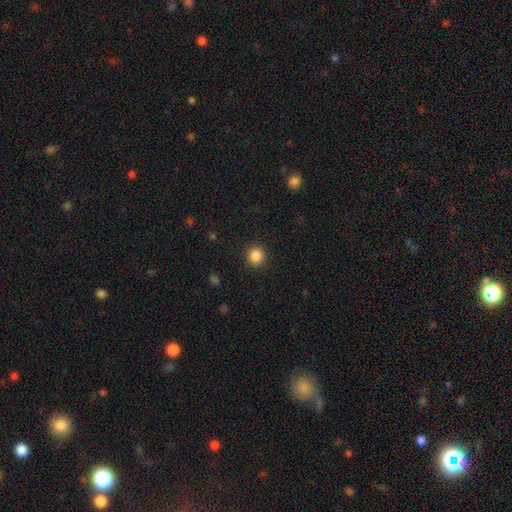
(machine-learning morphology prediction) smooth-or-featured: smooth: 86% | star or artifact: 10% | featured or disk: 3%
  how-rounded: round: 92% | in between: 7% | cigar-shaped: 1%
  merging: none: 91% | minor disturbance: 6% | major disturbance: 2% | merger: 1%